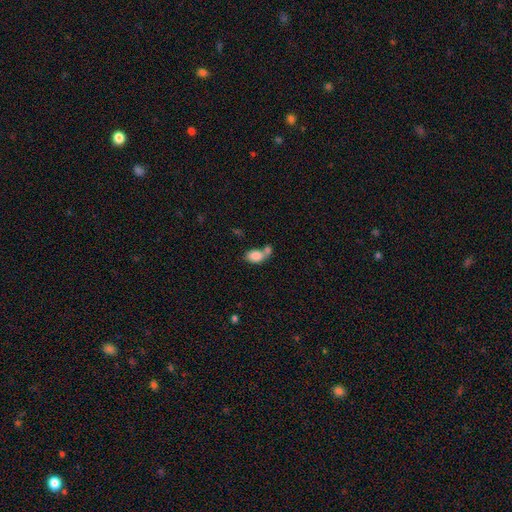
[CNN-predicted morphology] Q: Smooth or featured?
A: smooth (84%); runner-up: featured or disk (9%)
Q: How rounded?
A: in between (84%); runner-up: round (15%)
Q: Merging?
A: merger (53%); runner-up: none (30%)